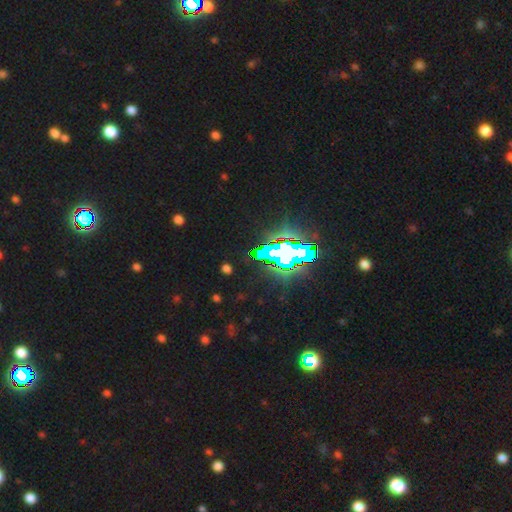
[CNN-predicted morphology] This is likely a star or artifact rather than a galaxy (75%).